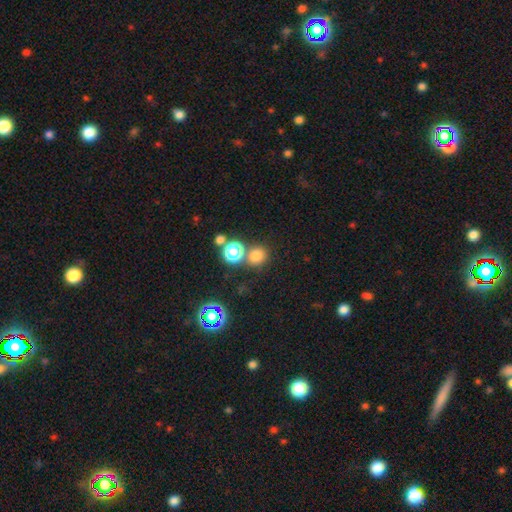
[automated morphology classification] smooth-or-featured: smooth: 73% | star or artifact: 20% | featured or disk: 6%
  how-rounded: round: 86% | in between: 13% | cigar-shaped: 1%
  merging: none: 67% | merger: 21% | minor disturbance: 8% | major disturbance: 3%